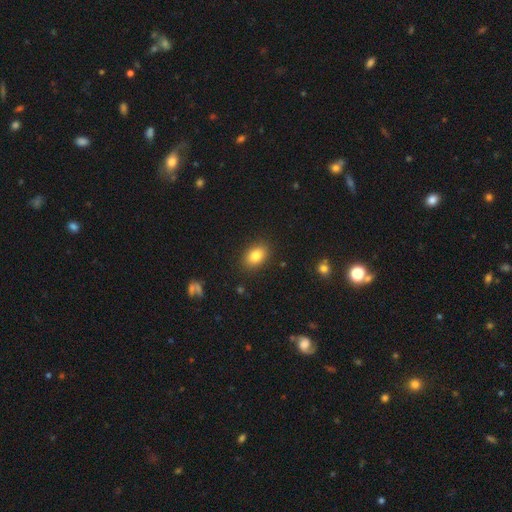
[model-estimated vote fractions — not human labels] Smooth or featured?
  - smooth: 83% *
  - star or artifact: 9%
  - featured or disk: 8%
How rounded?
  - in between: 79% *
  - round: 19%
  - cigar-shaped: 1%
Merging?
  - none: 88% *
  - minor disturbance: 9%
  - major disturbance: 2%
  - merger: 1%